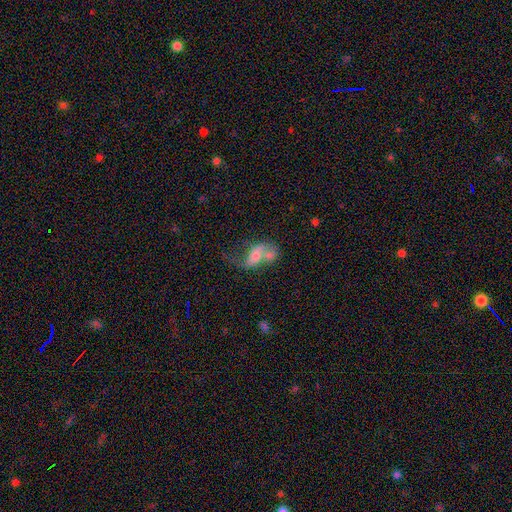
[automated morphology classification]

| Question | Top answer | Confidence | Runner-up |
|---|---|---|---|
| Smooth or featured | featured or disk | 56% | smooth (34%) |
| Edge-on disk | no | 94% | yes (6%) |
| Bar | no | 61% | weak (28%) |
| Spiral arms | yes | 65% | no (35%) |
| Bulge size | moderate | 45% | small (32%) |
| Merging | merger | 47% | major disturbance (20%) |